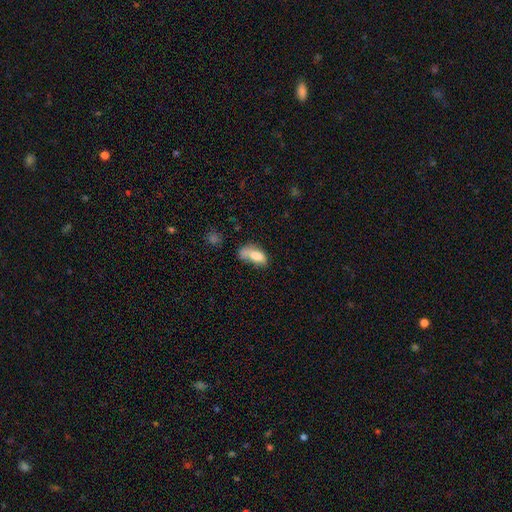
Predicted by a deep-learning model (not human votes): Smooth or featured?
  - smooth: 76% *
  - featured or disk: 14%
  - star or artifact: 9%
How rounded?
  - in between: 86% *
  - cigar-shaped: 10%
  - round: 4%
Merging?
  - none: 30% * (tied)
  - minor disturbance: 30% * (tied)
  - major disturbance: 22%
  - merger: 17%